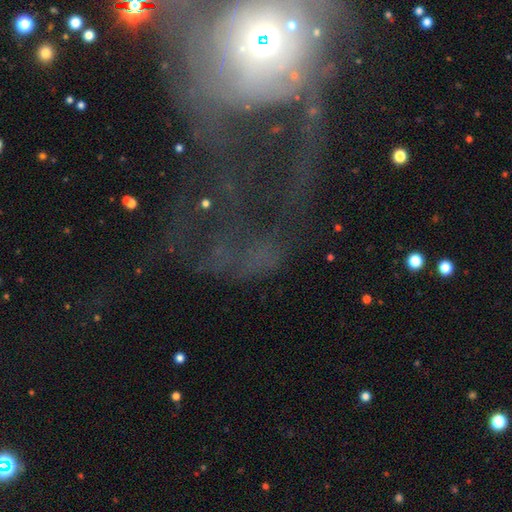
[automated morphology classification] smooth_or_featured: featured or disk (p=0.48) [alt: star or artifact p=0.31]
merging: major disturbance (p=0.44) [alt: none p=0.32]